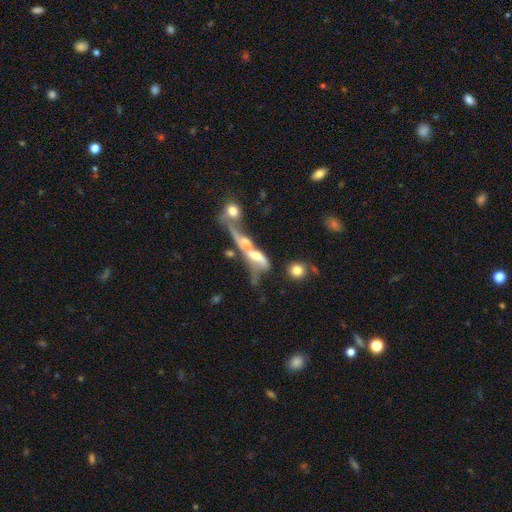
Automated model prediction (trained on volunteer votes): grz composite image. It shows a featured or disk galaxy (56%). Merging: merger (68%).